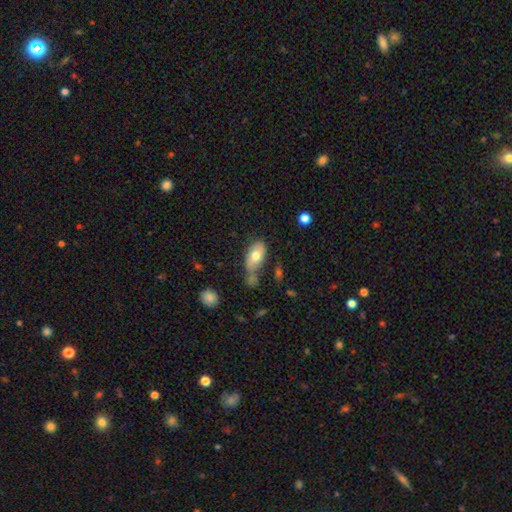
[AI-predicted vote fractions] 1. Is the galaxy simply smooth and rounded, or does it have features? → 73% smooth, 20% featured or disk, 7% star or artifact.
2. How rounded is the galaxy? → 92% in between, 5% round, 3% cigar-shaped.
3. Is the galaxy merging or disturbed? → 51% none, 22% minor disturbance, 19% merger, 9% major disturbance.